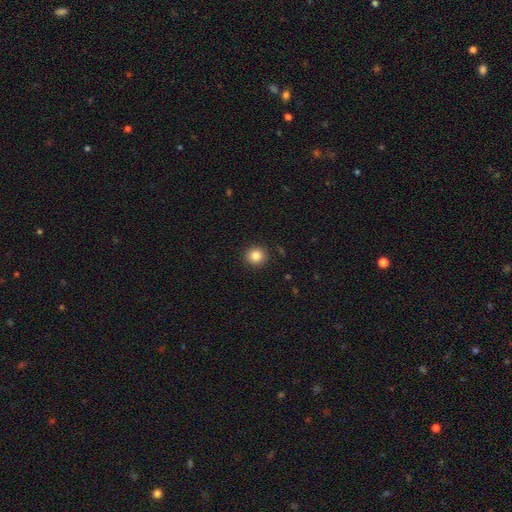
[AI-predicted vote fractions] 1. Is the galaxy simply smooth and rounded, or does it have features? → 85% smooth, 10% star or artifact, 5% featured or disk.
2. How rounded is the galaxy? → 92% round, 7% in between, 1% cigar-shaped.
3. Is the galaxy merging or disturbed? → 91% none, 6% minor disturbance, 2% major disturbance, 1% merger.